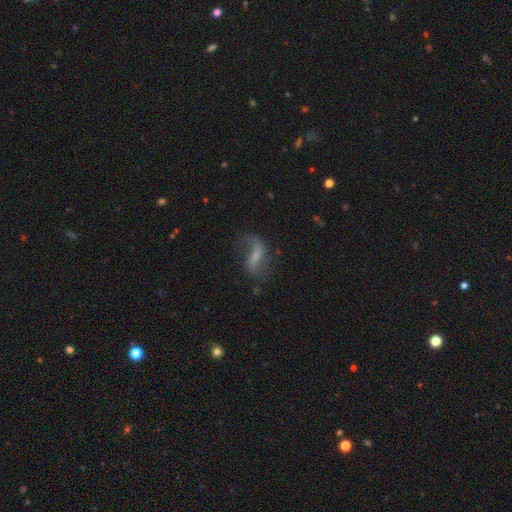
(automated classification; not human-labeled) This appears to be a featured or disk galaxy (66%) with a weak bar (42%), 2 (80%) loose (77%) spiral arms (87%) and a small central bulge (36%). Merging: none (59%).